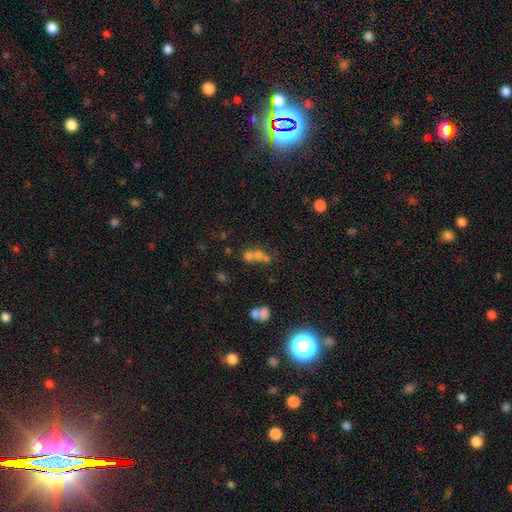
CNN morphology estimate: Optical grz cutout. It shows a smooth galaxy with no disk features (56%) that is round (75%). Merging: merger (57%).